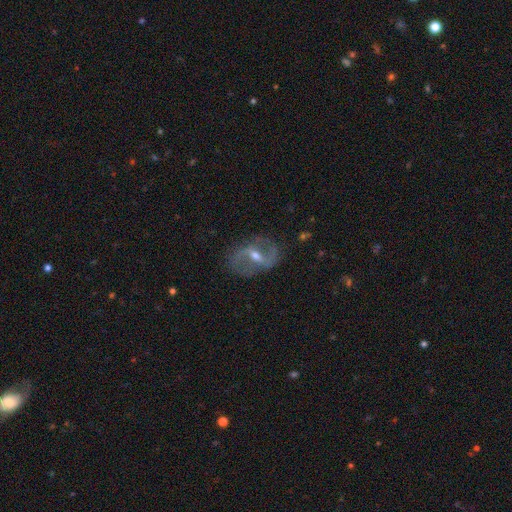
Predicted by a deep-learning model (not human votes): Smooth or featured? Predicted: featured or disk (p=0.84). Edge-on disk? Predicted: no (p=0.94). Bar? Predicted: strong (p=0.46). Spiral arms? Predicted: yes (p=0.88). Spiral winding? Predicted: loose (p=0.48). Spiral arm count? Predicted: 2 (p=0.89). Bulge size? Predicted: moderate (p=0.60). Merging? Predicted: none (p=0.78).